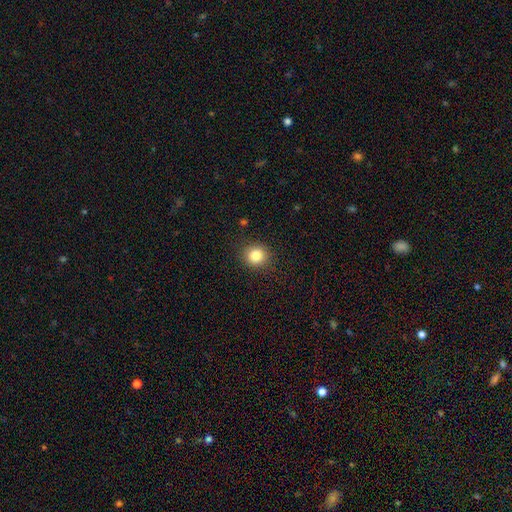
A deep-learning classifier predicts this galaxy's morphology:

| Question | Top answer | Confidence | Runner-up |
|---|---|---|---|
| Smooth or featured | smooth | 83% | star or artifact (11%) |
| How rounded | round | 86% | in between (13%) |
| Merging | none | 90% | minor disturbance (7%) |